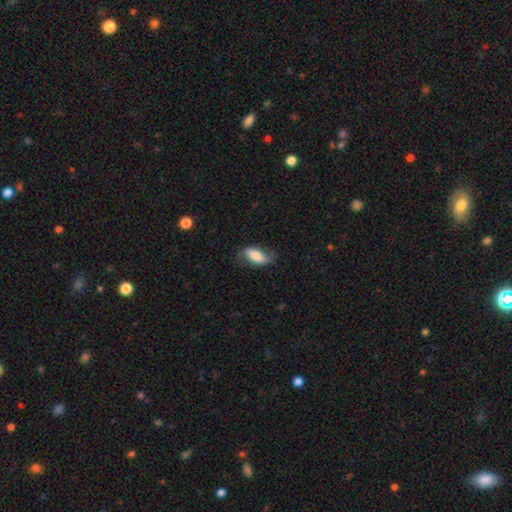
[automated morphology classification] Smooth or featured?
  - smooth: 56% *
  - featured or disk: 37%
  - star or artifact: 7%
How rounded?
  - in between: 87% *
  - cigar-shaped: 9%
  - round: 4%
Merging?
  - none: 62% *
  - minor disturbance: 25%
  - major disturbance: 11%
  - merger: 2%